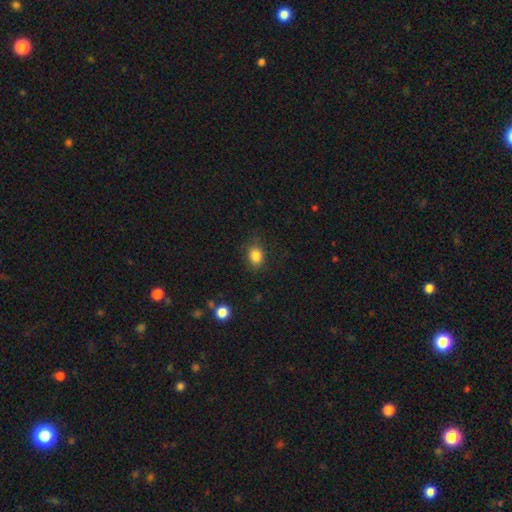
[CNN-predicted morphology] Smooth or featured: smooth — 84% (star or artifact — 10%)
How rounded: in between — 58% (round — 41%)
Merging: none — 80% (minor disturbance — 15%)